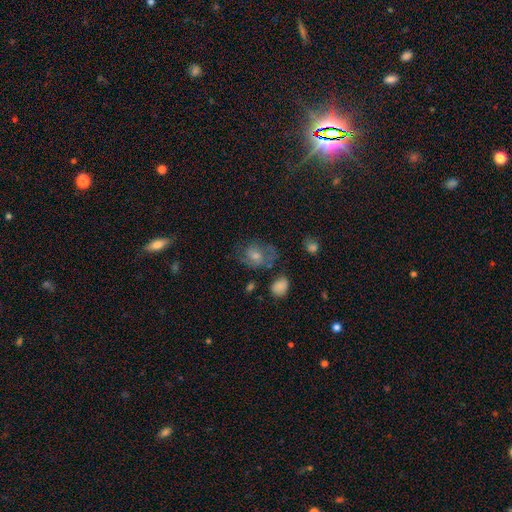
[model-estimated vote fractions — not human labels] This appears to be a featured or disk galaxy (53%) with no bar (62%), spiral arms (79%) and a moderate central bulge (52%). Merging: none (65%).